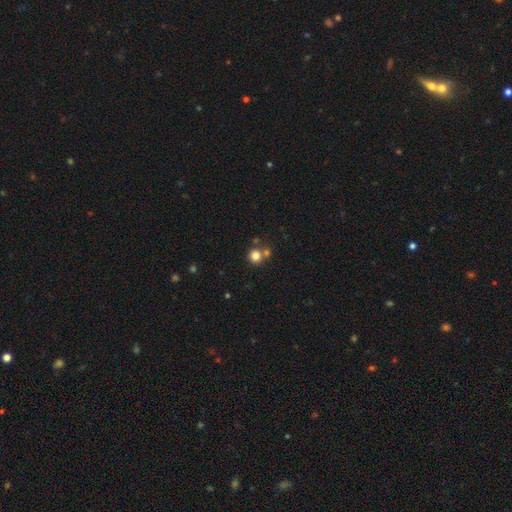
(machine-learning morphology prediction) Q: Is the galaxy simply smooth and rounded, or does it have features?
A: smooth — 81%.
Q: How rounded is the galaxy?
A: round — 91%.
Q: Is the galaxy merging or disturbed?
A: none — 62%.